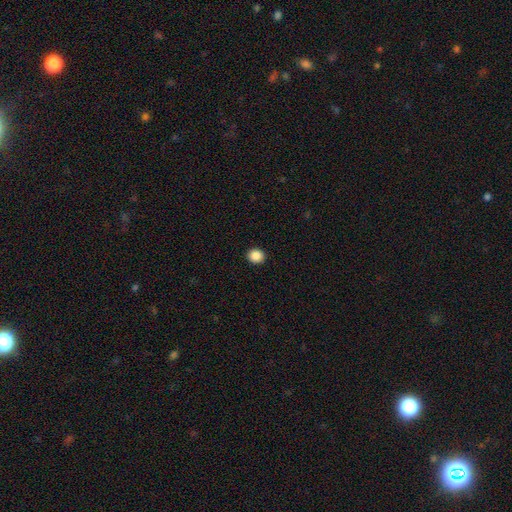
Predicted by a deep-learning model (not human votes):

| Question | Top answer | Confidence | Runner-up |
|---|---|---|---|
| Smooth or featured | smooth | 88% | star or artifact (9%) |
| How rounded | round | 83% | in between (16%) |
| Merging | none | 93% | minor disturbance (5%) |